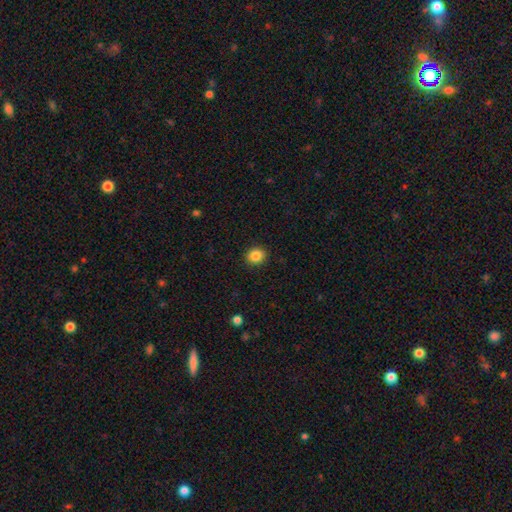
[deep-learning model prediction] Smooth or featured? Predicted: smooth (p=0.86). How rounded? Predicted: round (p=0.78). Merging? Predicted: none (p=0.91).